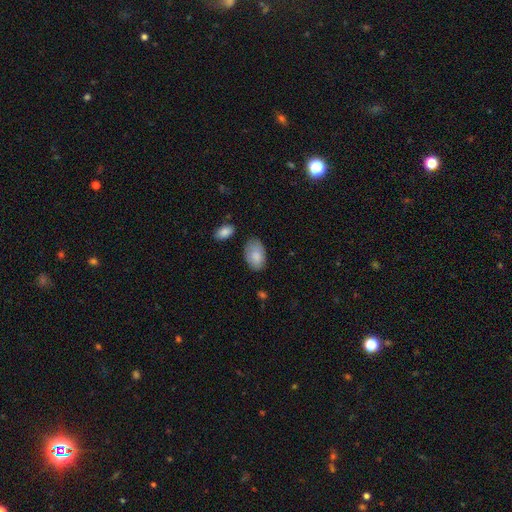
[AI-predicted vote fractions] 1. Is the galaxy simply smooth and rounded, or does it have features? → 84% smooth, 11% featured or disk, 6% star or artifact.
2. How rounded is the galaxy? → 92% in between, 7% round, 1% cigar-shaped.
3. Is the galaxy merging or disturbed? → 71% none, 22% minor disturbance, 5% major disturbance, 3% merger.